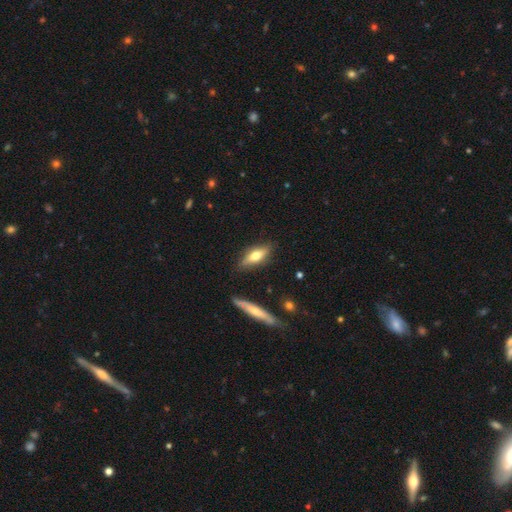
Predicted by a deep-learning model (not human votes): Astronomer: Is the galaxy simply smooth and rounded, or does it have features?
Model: smooth — 53% (runner-up: featured or disk, 40%).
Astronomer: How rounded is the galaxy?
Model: in between — 50% (runner-up: cigar-shaped, 48%).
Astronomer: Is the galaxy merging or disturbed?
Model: none — 81%.